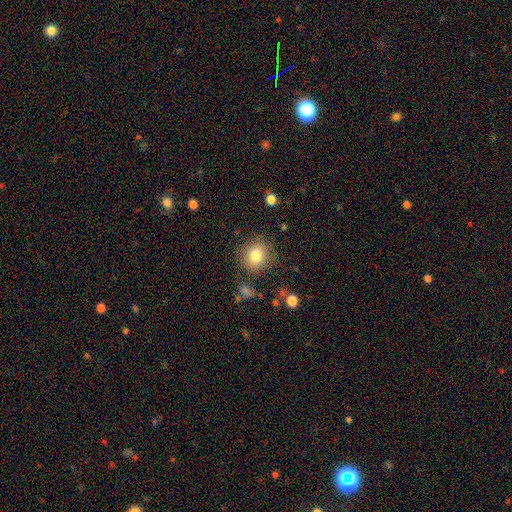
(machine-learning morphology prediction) This is clearly a smooth galaxy (81%). How rounded: clearly round (81%). Merging: clearly none (83%).